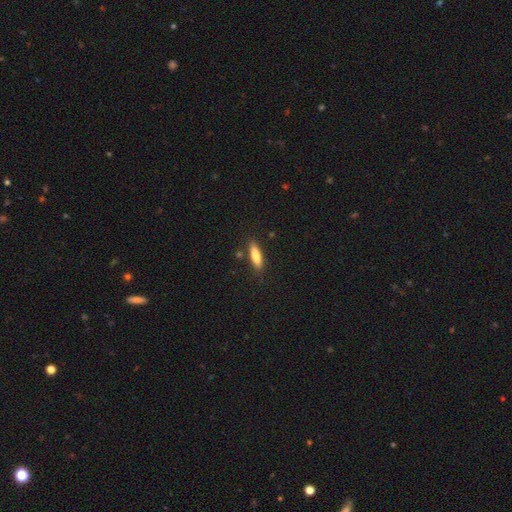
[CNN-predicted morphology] A smooth galaxy with no disk features (79%) that is cigar-shaped (57%). Merging: none (83%).